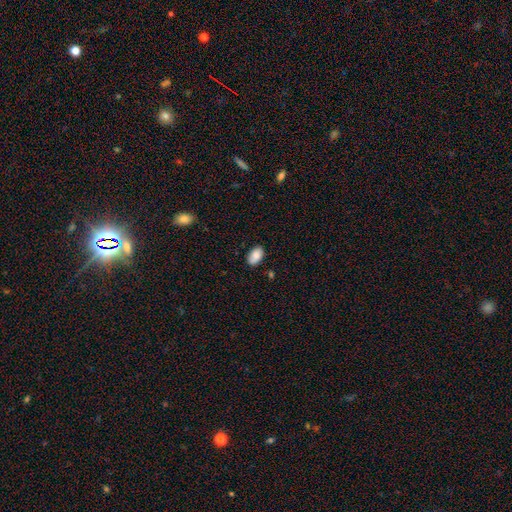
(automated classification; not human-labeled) This is clearly a smooth galaxy (84%). How rounded: clearly in between (92%). Merging: clearly none (81%).